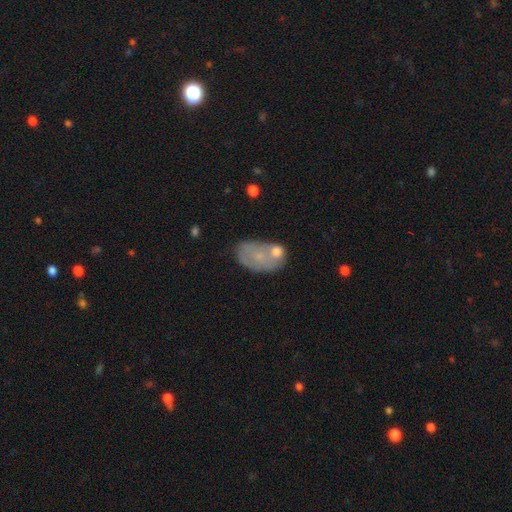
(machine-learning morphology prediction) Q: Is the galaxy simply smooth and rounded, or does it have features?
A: smooth — 55%.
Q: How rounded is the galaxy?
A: in between — 89%.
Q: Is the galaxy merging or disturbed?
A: none — 40%.